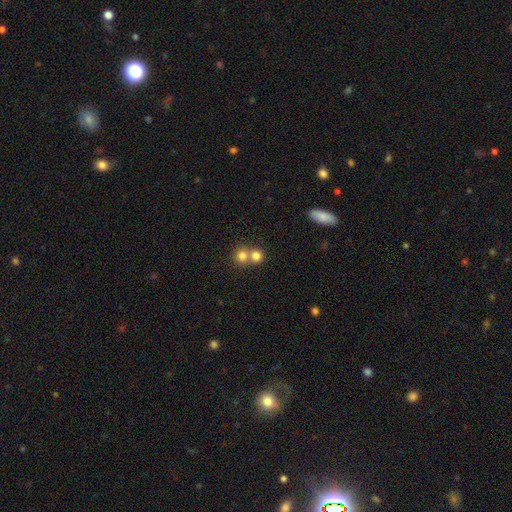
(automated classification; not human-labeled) Overall: smooth (79%). How rounded: round (87%). Merging: merger (52%; none 42%).